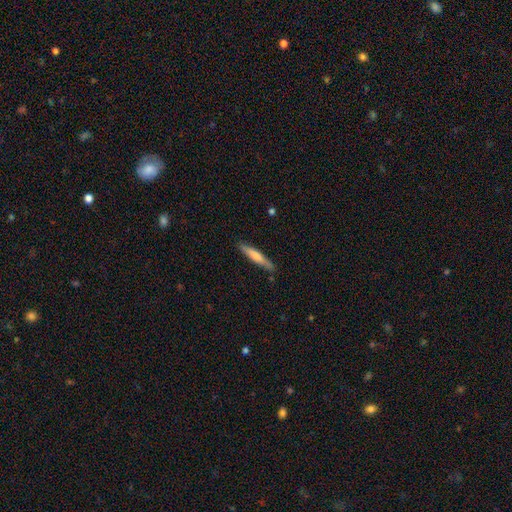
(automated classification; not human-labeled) Smooth or featured?
  - smooth: 64% *
  - featured or disk: 31%
  - star or artifact: 5%
How rounded?
  - cigar-shaped: 91% *
  - in between: 7%
  - round: 1%
Merging?
  - none: 85% *
  - minor disturbance: 11%
  - major disturbance: 2%
  - merger: 2%